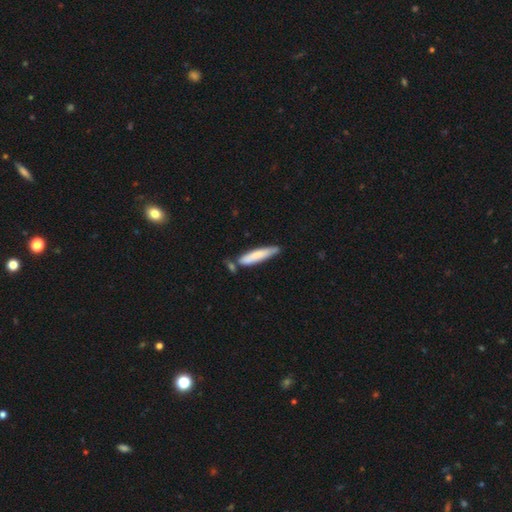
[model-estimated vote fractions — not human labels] This is likely a smooth galaxy (74%). How rounded: clearly cigar-shaped (86%). Merging: possibly none (56%).